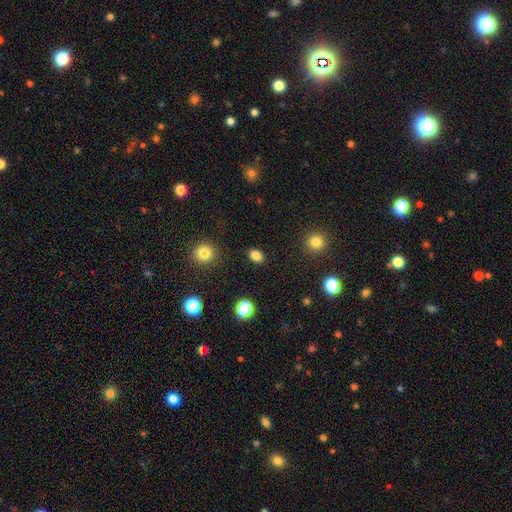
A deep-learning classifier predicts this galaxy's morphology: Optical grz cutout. It shows a smooth galaxy with no disk features (84%) that is in between round and cigar-shaped (74%). Merging: none (88%).